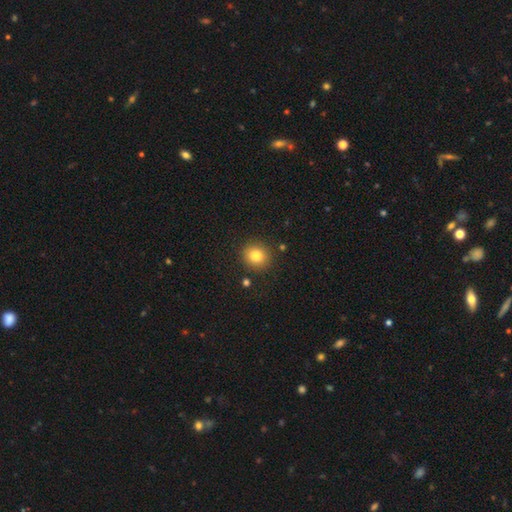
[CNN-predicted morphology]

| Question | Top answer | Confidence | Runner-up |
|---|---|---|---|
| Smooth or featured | smooth | 82% | star or artifact (11%) |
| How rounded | round | 85% | in between (14%) |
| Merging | none | 87% | minor disturbance (8%) |